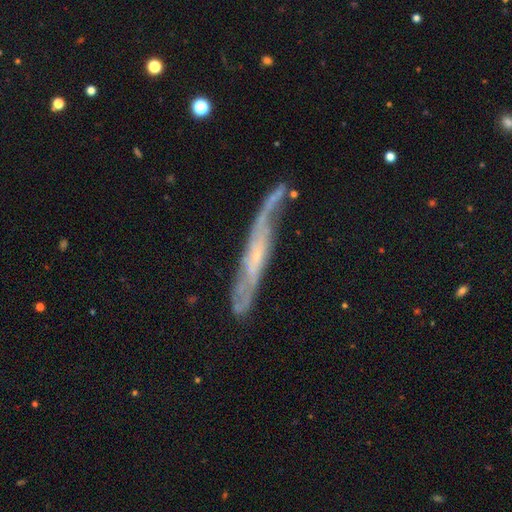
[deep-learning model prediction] featured or disk 80%, smooth 14%, star or artifact 6%. Down the decision tree: edge-on disk — no (50%, tied with yes); merging — none (57%).